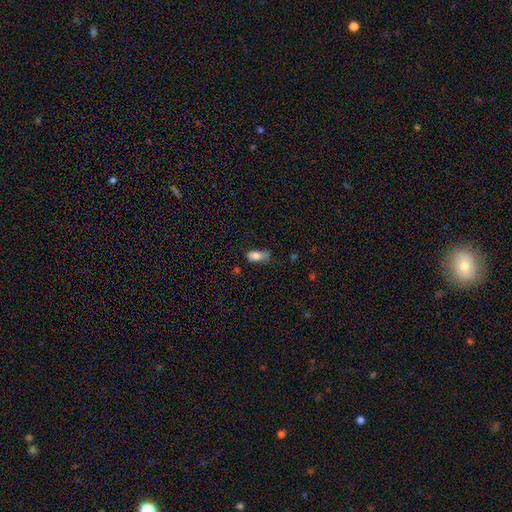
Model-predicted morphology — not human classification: Smooth or featured? Predicted: smooth (p=0.81). How rounded? Predicted: in between (p=0.86). Merging? Predicted: none (p=0.41).